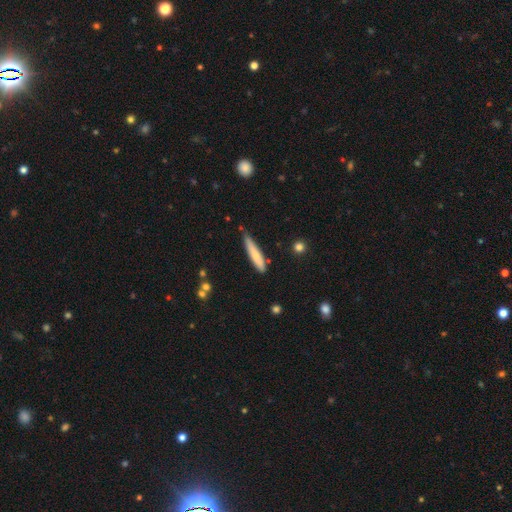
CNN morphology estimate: A smooth galaxy with no disk features (65%) that is cigar-shaped (87%).

Vote fractions:
- Smooth or featured? smooth: 65% / featured or disk: 29% / star or artifact: 6%
- How rounded? cigar-shaped: 87% / in between: 12% / round: 1%
- Merging? none: 70% / minor disturbance: 23% / merger: 3% / major disturbance: 3%